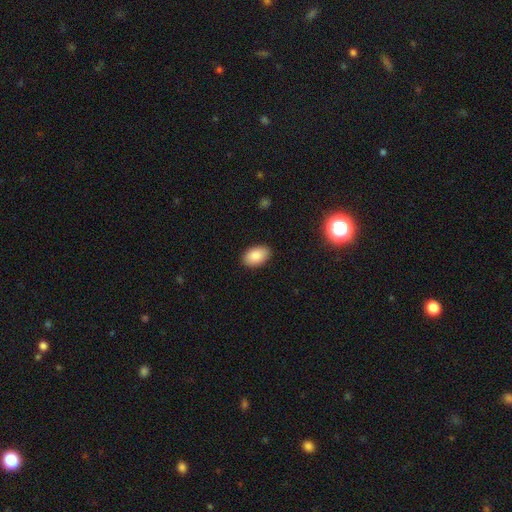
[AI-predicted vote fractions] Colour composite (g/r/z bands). It shows a smooth galaxy with no disk features (87%) that is in between round and cigar-shaped (92%). Merging: none (88%).